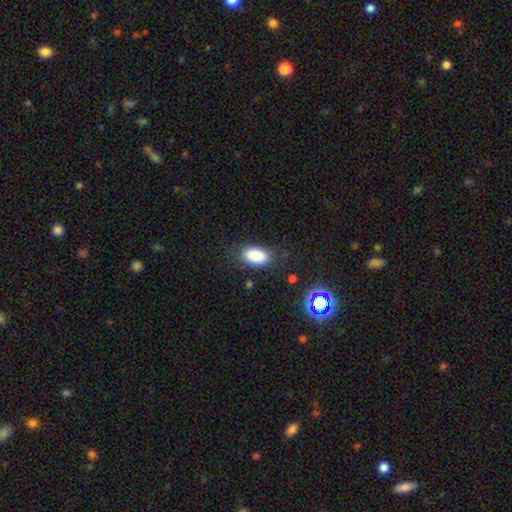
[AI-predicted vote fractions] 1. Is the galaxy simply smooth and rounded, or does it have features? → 87% smooth, 8% star or artifact, 4% featured or disk.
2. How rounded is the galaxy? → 93% in between, 5% round, 2% cigar-shaped.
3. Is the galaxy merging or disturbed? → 80% none, 14% minor disturbance, 5% major disturbance, 2% merger.